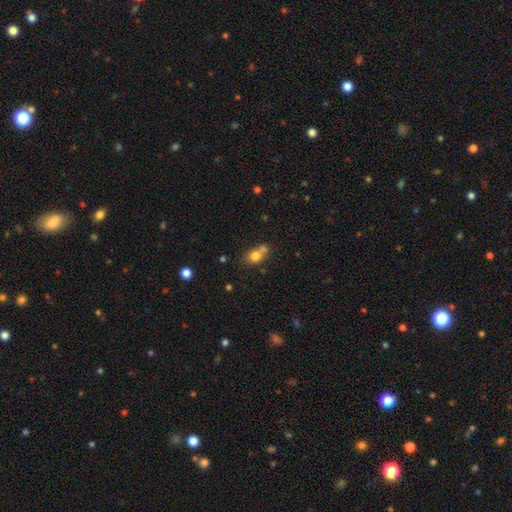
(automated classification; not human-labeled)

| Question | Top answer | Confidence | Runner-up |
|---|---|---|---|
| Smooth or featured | smooth | 77% | featured or disk (11%) |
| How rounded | round | 58% | in between (41%) |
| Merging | merger | 45% | none (40%) |